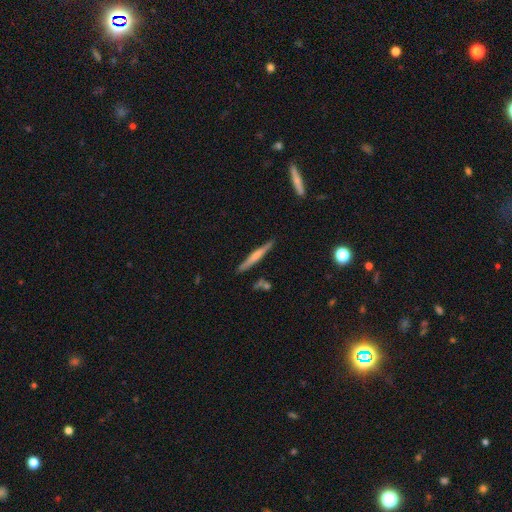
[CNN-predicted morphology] This appears to be a smooth galaxy with no disk features (48%). Merging: none (84%).